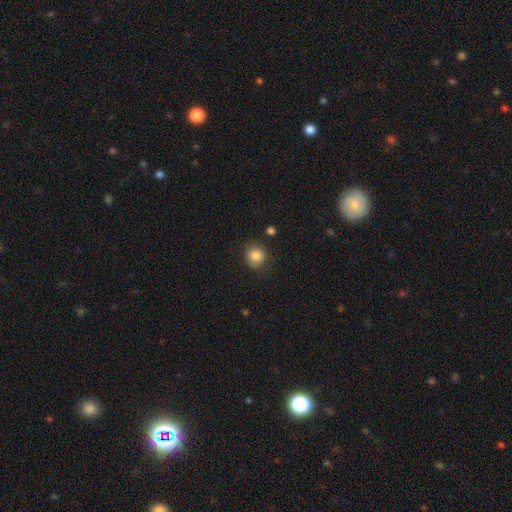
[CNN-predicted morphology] type=smooth (85%); roundness=round (81%); merging=none (78%).